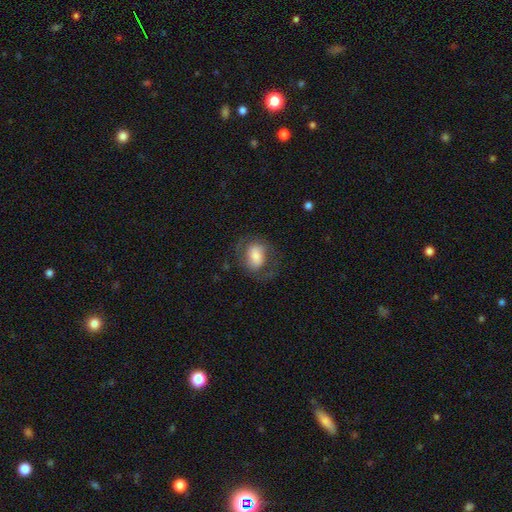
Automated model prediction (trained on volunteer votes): Smooth or featured: smooth — 55% (featured or disk — 37%)
How rounded: in between — 57% (round — 42%)
Merging: none — 62% (minor disturbance — 20%)